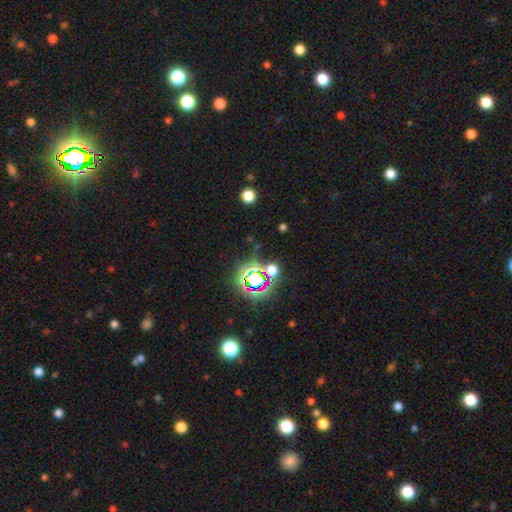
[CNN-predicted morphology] This is likely a star or artifact rather than a galaxy (76%).